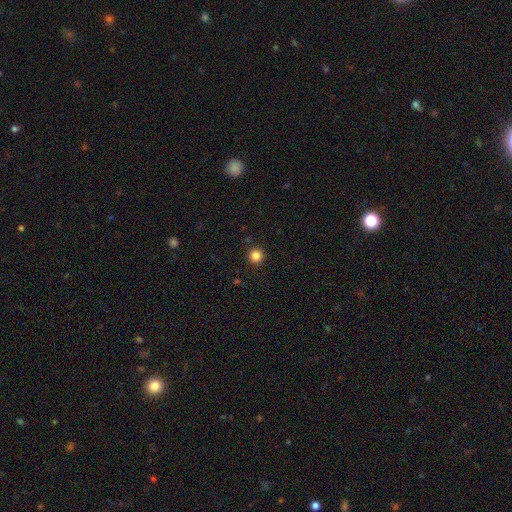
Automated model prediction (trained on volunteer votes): Overall: smooth (84%). How rounded: round (96%). Merging: none (92%).